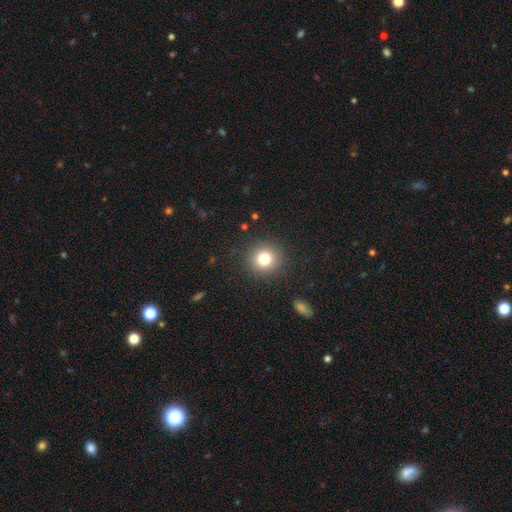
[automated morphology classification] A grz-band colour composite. It shows a smooth galaxy with no disk features (68%) that is round (93%). Merging: none (91%).